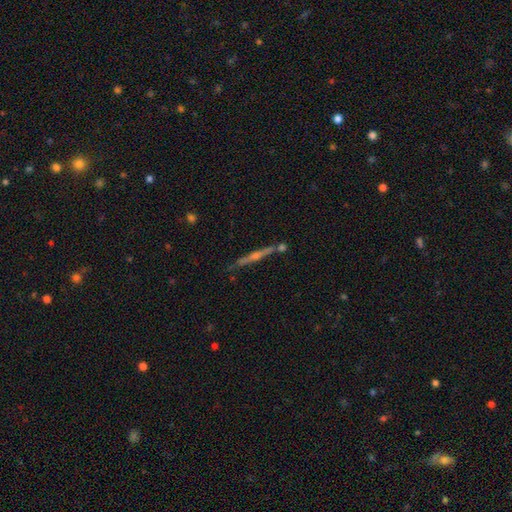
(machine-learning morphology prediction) Smooth or featured? featured or disk (53%)
Edge-on disk? yes (85%)
Merging? none (73%)